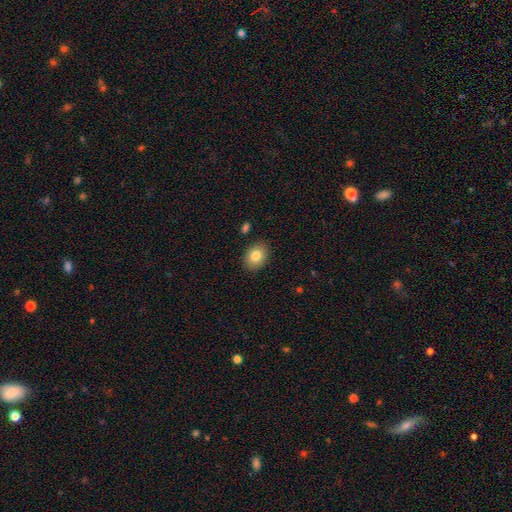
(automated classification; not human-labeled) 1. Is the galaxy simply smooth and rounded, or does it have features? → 82% smooth, 10% featured or disk, 8% star or artifact.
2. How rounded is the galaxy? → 66% in between, 33% round, 1% cigar-shaped.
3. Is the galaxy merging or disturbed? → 87% none, 9% minor disturbance, 2% major disturbance, 2% merger.